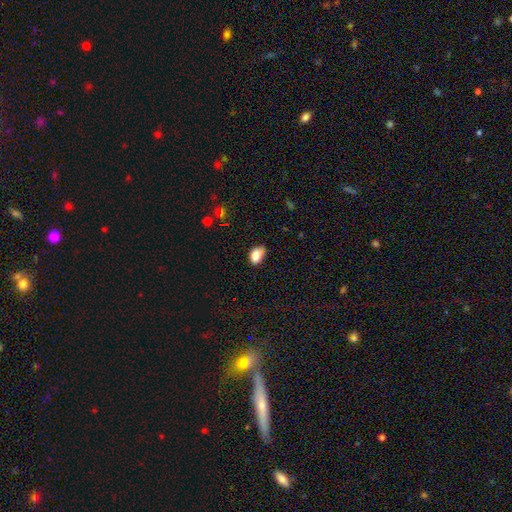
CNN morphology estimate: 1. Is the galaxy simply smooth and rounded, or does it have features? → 84% smooth, 9% star or artifact, 7% featured or disk.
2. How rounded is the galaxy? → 85% in between, 13% round, 1% cigar-shaped.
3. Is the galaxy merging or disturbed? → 56% none, 35% minor disturbance, 7% major disturbance, 3% merger.